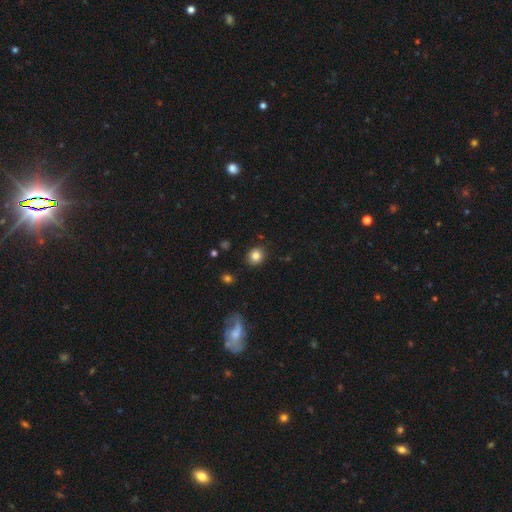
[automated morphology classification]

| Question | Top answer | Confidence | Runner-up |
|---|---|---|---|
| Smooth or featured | smooth | 84% | star or artifact (11%) |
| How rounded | round | 76% | in between (23%) |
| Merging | none | 87% | minor disturbance (9%) |